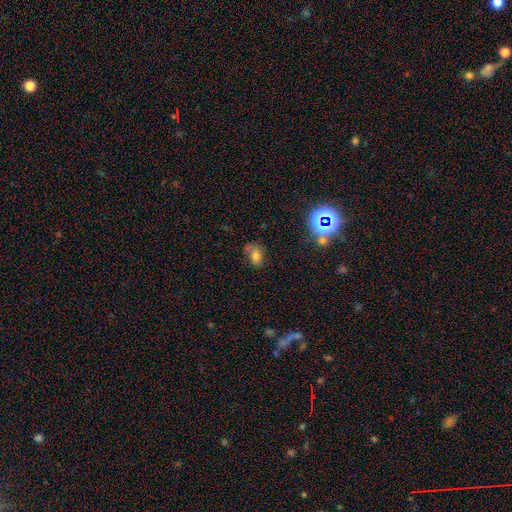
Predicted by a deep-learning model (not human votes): This appears to be a smooth galaxy with no disk features (65%) that is in between round and cigar-shaped (79%). Merging: none (54%).